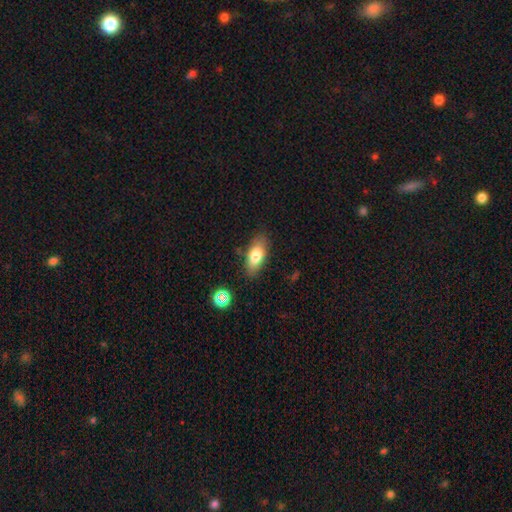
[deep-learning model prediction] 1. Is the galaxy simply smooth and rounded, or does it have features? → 78% smooth, 14% featured or disk, 8% star or artifact.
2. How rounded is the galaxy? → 83% in between, 14% cigar-shaped, 4% round.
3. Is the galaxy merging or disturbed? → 81% none, 13% minor disturbance, 3% major disturbance, 2% merger.